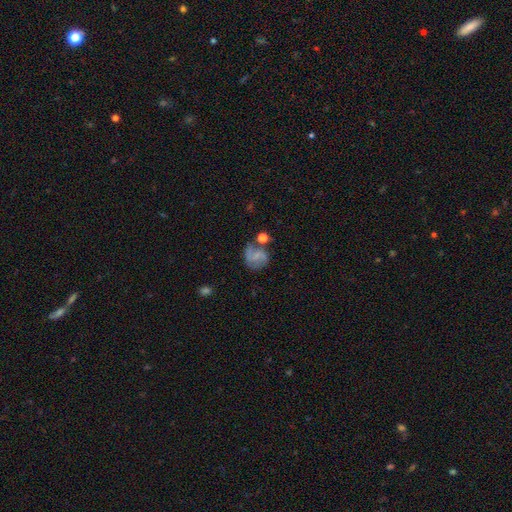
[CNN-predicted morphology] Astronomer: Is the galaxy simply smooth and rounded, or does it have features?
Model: featured or disk — 56% (runner-up: smooth, 34%).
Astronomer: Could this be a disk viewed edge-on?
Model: no — 98%.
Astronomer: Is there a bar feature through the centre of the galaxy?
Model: no — 47% (runner-up: weak, 40%).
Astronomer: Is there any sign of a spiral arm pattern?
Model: yes — 84%.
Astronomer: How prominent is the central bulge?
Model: none — 47% (runner-up: small, 39%).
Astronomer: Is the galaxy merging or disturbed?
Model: none — 51%.